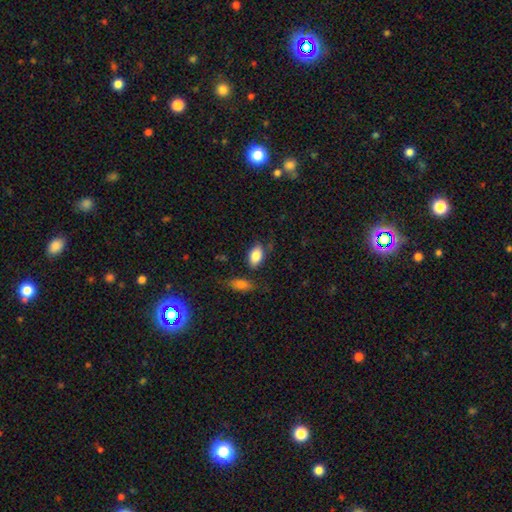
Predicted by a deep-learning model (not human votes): This appears to be a smooth galaxy with no disk features (84%) that is in between round and cigar-shaped (90%). Merging: none (71%).